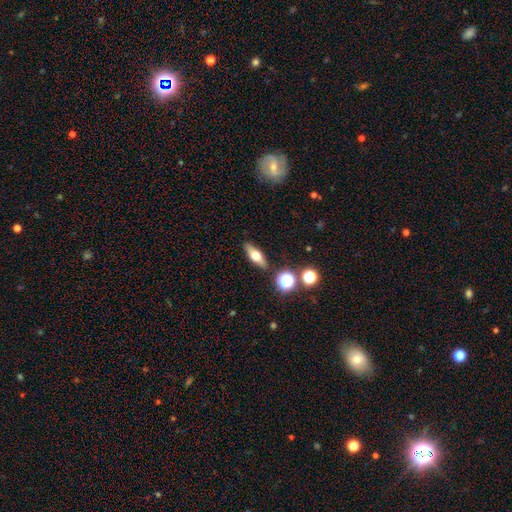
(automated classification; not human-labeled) The model was most divided on "how rounded": in between: 53%, cigar-shaped: 40%, round: 7%. More confident: merging — none (87%); smooth or featured — smooth (52%).